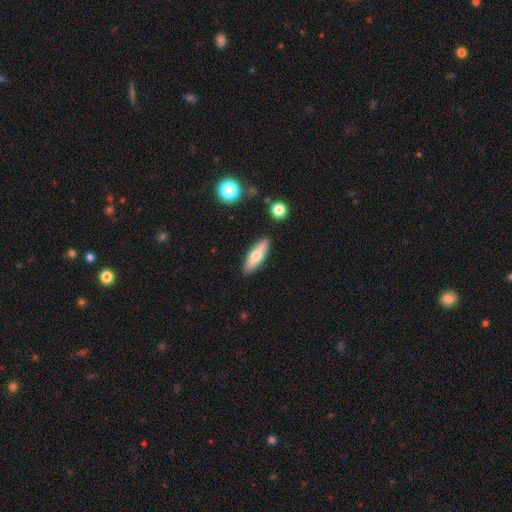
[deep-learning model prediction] Smooth or featured?
  - smooth: 63% *
  - featured or disk: 31%
  - star or artifact: 6%
How rounded?
  - in between: 51% *
  - cigar-shaped: 46%
  - round: 3%
Merging?
  - none: 87% *
  - minor disturbance: 9%
  - merger: 2%
  - major disturbance: 2%